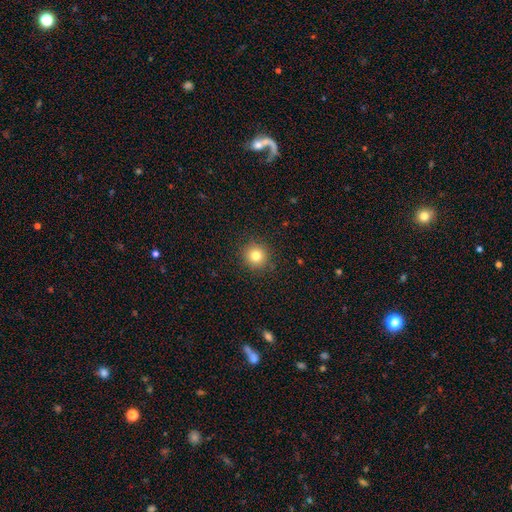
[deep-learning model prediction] Morphology: type=smooth (80%); roundness=round (93%); merging=none (90%).